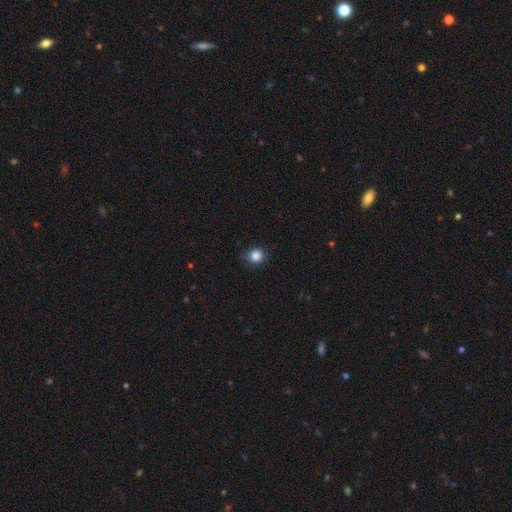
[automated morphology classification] type=smooth (86%); roundness=round (89%); merging=none (81%).